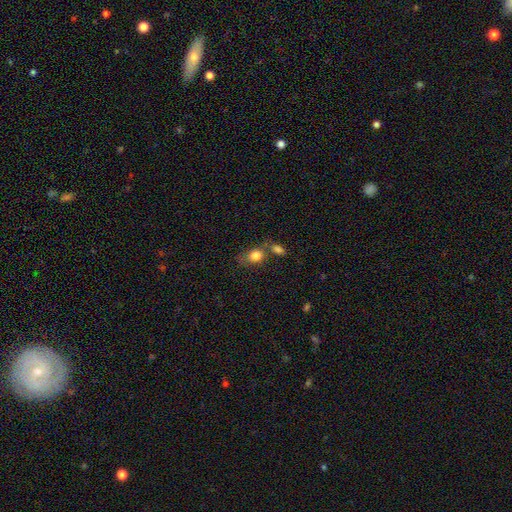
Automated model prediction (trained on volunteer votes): The model was most divided on "merging": none: 45%, merger: 30%, minor disturbance: 17%, major disturbance: 8%. More confident: smooth or featured — smooth (82%); how rounded — in between (63%).